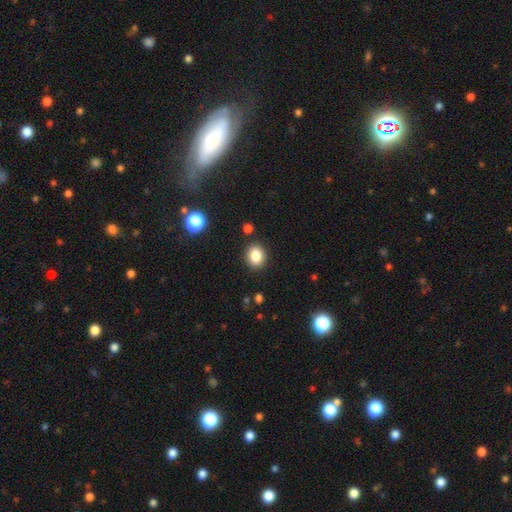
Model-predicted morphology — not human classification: This is clearly a smooth galaxy (85%). How rounded: possibly round (56%). Merging: clearly none (88%).